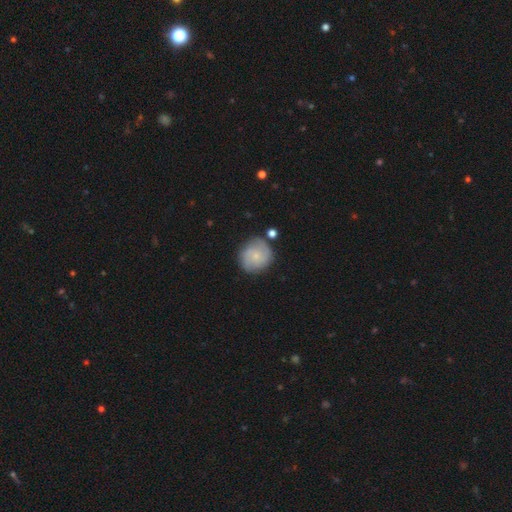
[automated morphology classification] Smooth or featured: smooth — 51% (featured or disk — 41%)
How rounded: round — 88% (in between — 11%)
Merging: none — 74% (minor disturbance — 16%)